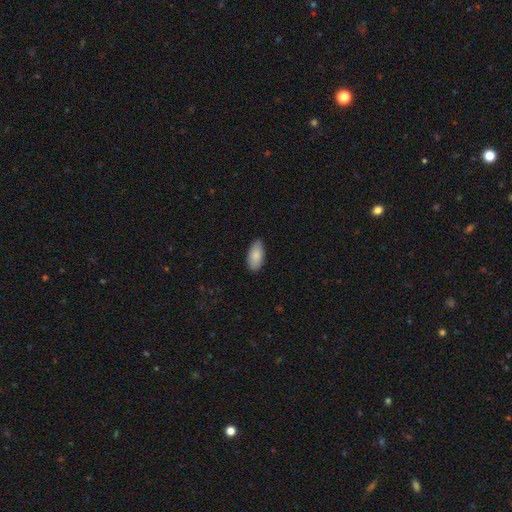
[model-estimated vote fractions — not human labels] This is clearly a smooth galaxy (86%). How rounded: clearly in between (93%). Merging: clearly none (87%).